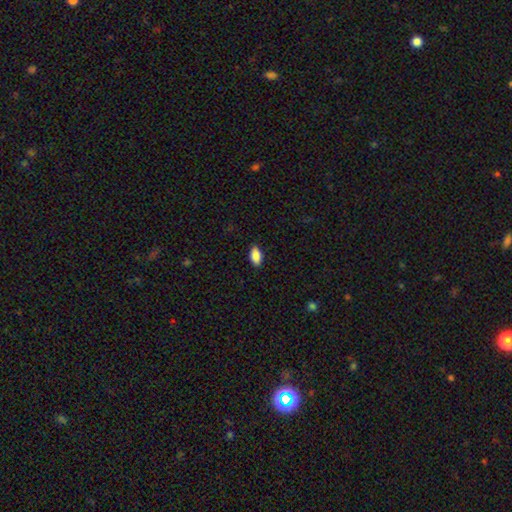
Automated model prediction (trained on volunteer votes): Morphology: type=smooth (88%); roundness=in between (93%); merging=none (88%).